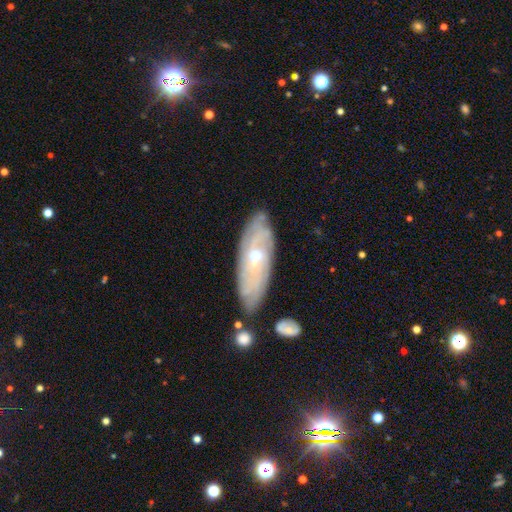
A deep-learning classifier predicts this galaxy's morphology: Smooth or featured? Predicted: featured or disk (p=0.75). Edge-on disk? Predicted: no (p=0.79). Bar? Predicted: no (p=0.72). Spiral arms? Predicted: yes (p=0.78). Bulge size? Predicted: moderate (p=0.51). Merging? Predicted: none (p=0.77).